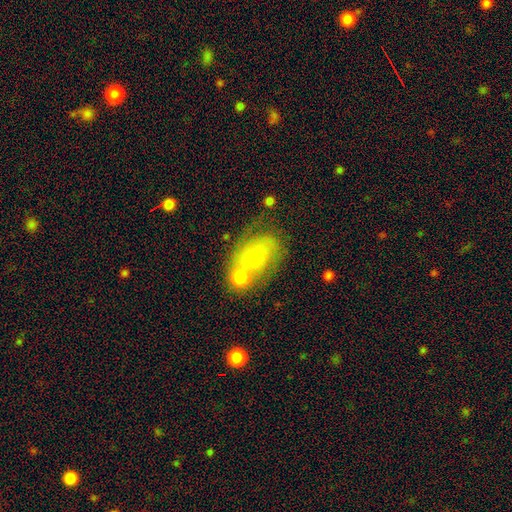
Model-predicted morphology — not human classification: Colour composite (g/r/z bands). It shows a smooth galaxy with no disk features (44%). Merging: none (48%).